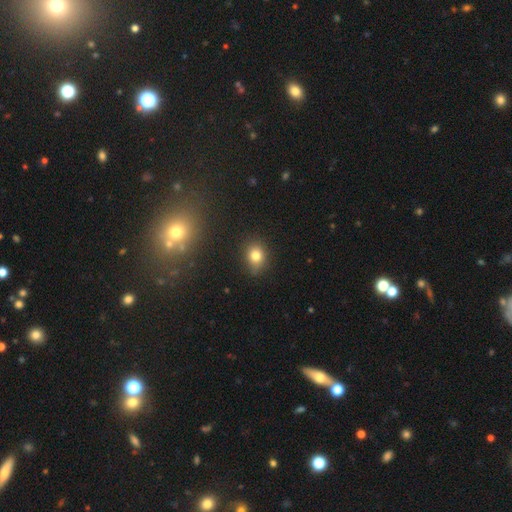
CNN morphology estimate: Q: Smooth or featured?
A: smooth (78%); runner-up: star or artifact (13%)
Q: How rounded?
A: round (57%); runner-up: in between (41%)
Q: Merging?
A: none (76%); runner-up: minor disturbance (18%)